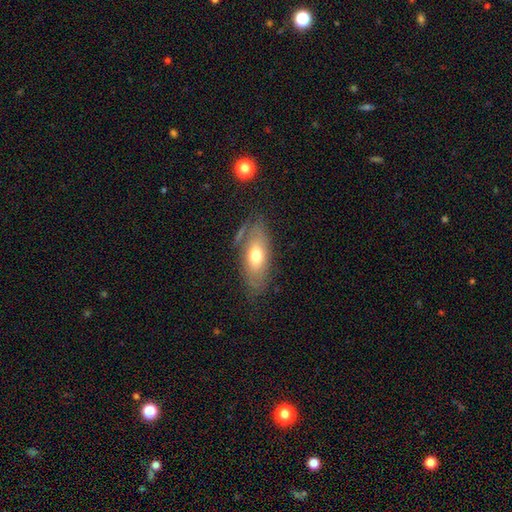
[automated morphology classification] This appears to be a smooth galaxy with no disk features (63%) that is in between round and cigar-shaped (83%). Merging: none (71%).